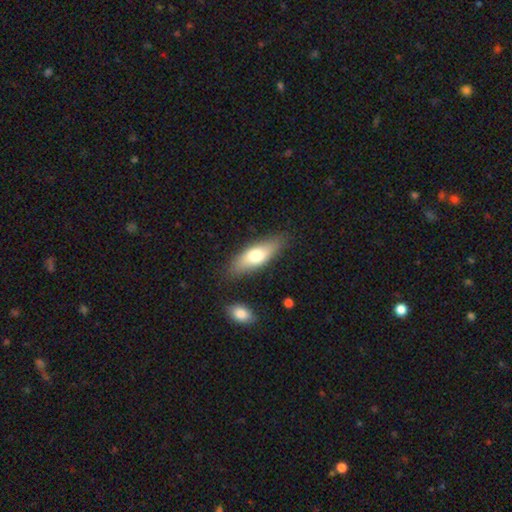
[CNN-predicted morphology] smooth_or_featured: smooth (p=0.67) [alt: featured or disk p=0.27]
how_rounded: in between (p=0.59) [alt: cigar-shaped p=0.38]
merging: none (p=0.81) [alt: minor disturbance p=0.13]